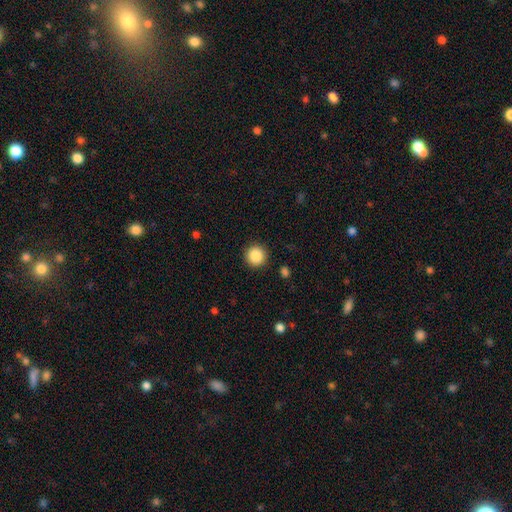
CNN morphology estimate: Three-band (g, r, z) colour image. It shows a smooth galaxy with no disk features (87%) that is round (95%). Merging: none (92%).